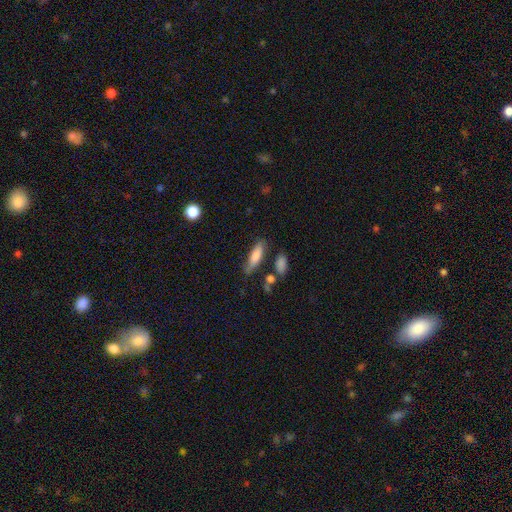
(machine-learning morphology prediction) Q: Smooth or featured?
A: smooth (76%); runner-up: featured or disk (17%)
Q: How rounded?
A: cigar-shaped (53%); runner-up: in between (45%)
Q: Merging?
A: none (71%); runner-up: minor disturbance (17%)